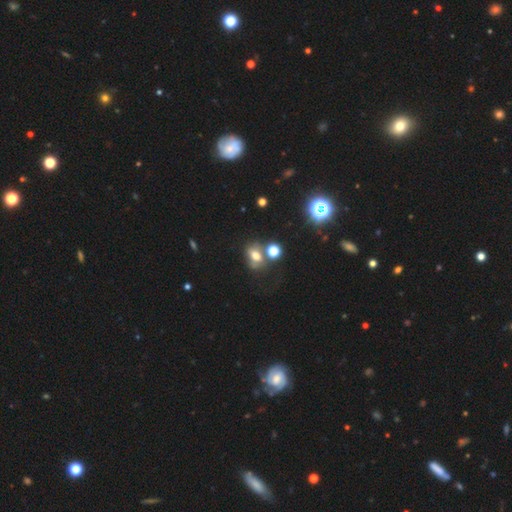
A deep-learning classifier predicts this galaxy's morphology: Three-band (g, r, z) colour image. It shows a smooth galaxy with no disk features (59%) that is in between round and cigar-shaped (63%). Merging: none (47%).